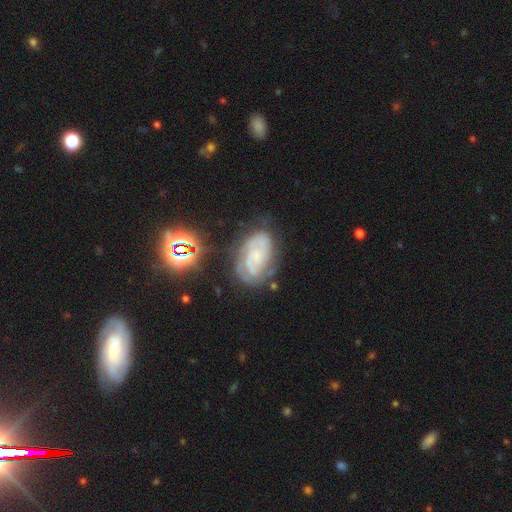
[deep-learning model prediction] The model was most divided on "spiral arm count": 2: 39%, can't tell: 37%, 3: 12%, 1: 5%, 4: 4%, more than 4: 3%. More confident: edge-on disk — no (97%); spiral arms — yes (87%); smooth or featured — featured or disk (72%); bar — no (68%); merging — none (63%); spiral winding — tight (59%); bulge size — small (53%).